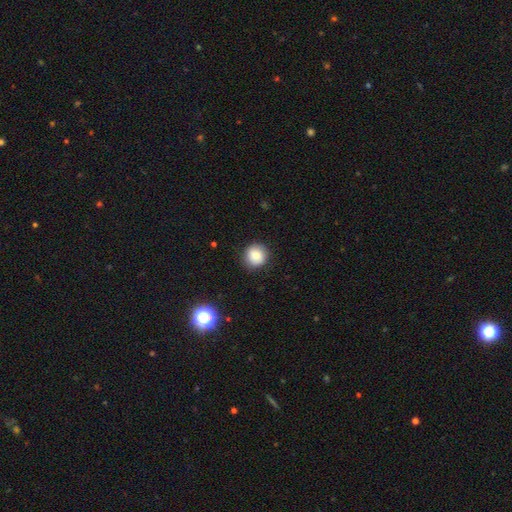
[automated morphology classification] Overall: smooth (83%). How rounded: round (90%). Merging: none (87%).